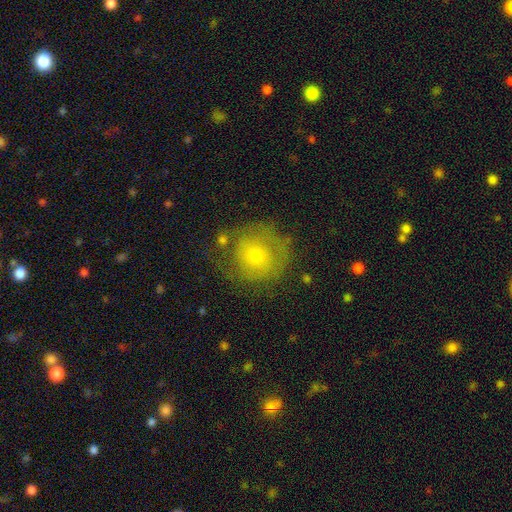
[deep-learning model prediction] Morphology: type=smooth (52%); roundness=round (90%); merging=none (64%).